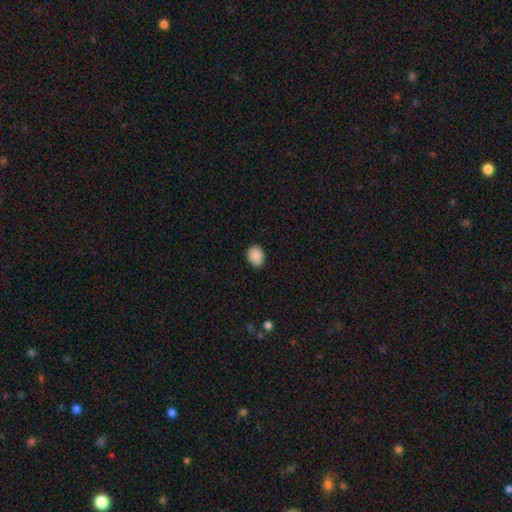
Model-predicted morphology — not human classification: This appears to be a smooth galaxy with no disk features (90%) that is in between round and cigar-shaped (58%). Merging: none (87%).